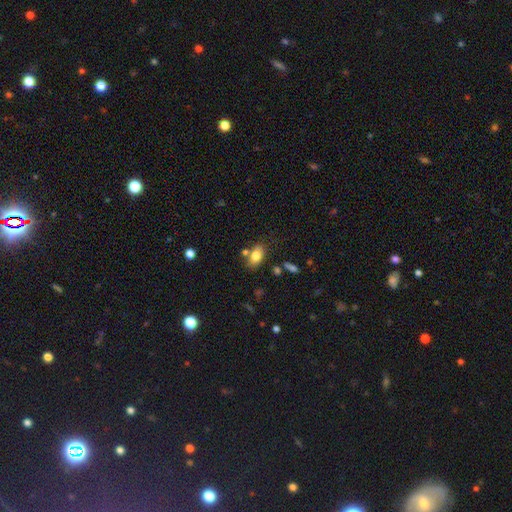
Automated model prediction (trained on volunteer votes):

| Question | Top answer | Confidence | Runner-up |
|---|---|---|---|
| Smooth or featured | smooth | 79% | featured or disk (13%) |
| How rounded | in between | 87% | round (11%) |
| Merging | none | 69% | minor disturbance (15%) |